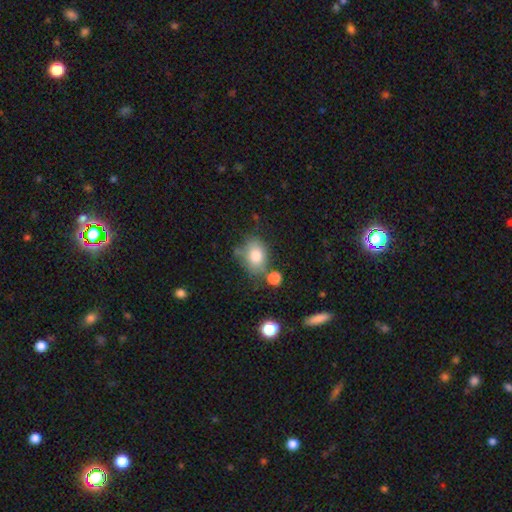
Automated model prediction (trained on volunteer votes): Smooth or featured? Predicted: smooth (p=0.77). How rounded? Predicted: in between (p=0.65). Merging? Predicted: none (p=0.56).